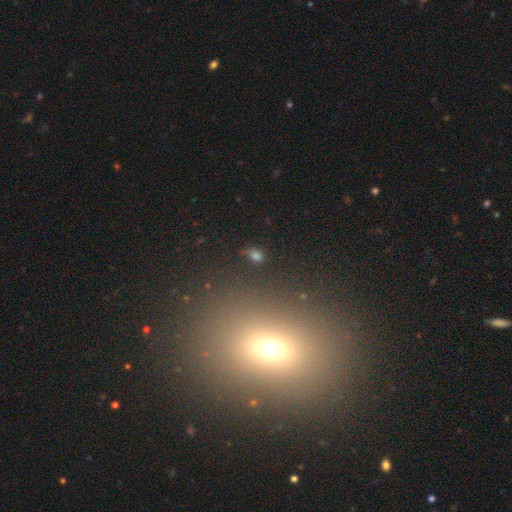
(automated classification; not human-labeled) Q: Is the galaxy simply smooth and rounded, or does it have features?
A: smooth — 63%.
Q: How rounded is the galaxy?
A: in between — 56%.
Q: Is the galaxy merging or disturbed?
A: none — 68%.